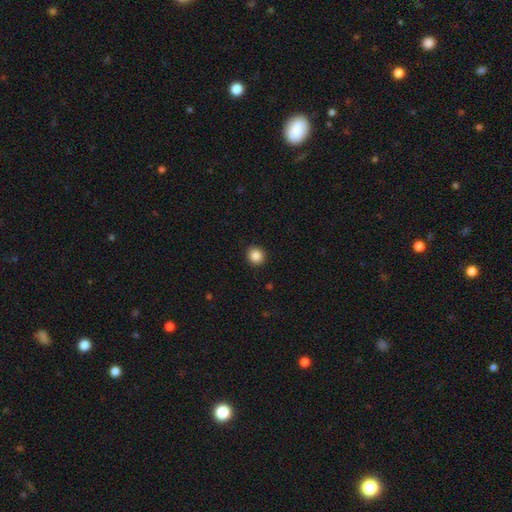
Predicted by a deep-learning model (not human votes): smooth_or_featured: smooth (p=0.88) [alt: star or artifact p=0.10]
how_rounded: round (p=0.90) [alt: in between p=0.09]
merging: none (p=0.92) [alt: minor disturbance p=0.05]